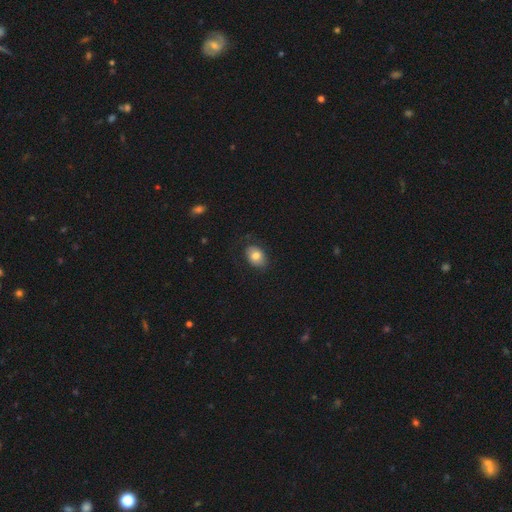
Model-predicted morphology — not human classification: smooth 78%, featured or disk 13%, star or artifact 8%. Down the decision tree: how rounded — in between (74%); merging — none (75%).